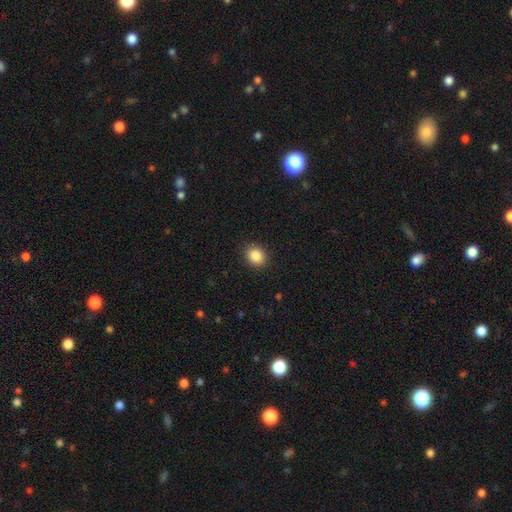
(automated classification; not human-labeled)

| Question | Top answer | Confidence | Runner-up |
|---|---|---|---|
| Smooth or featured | smooth | 87% | star or artifact (9%) |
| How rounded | round | 72% | in between (27%) |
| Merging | none | 89% | minor disturbance (7%) |